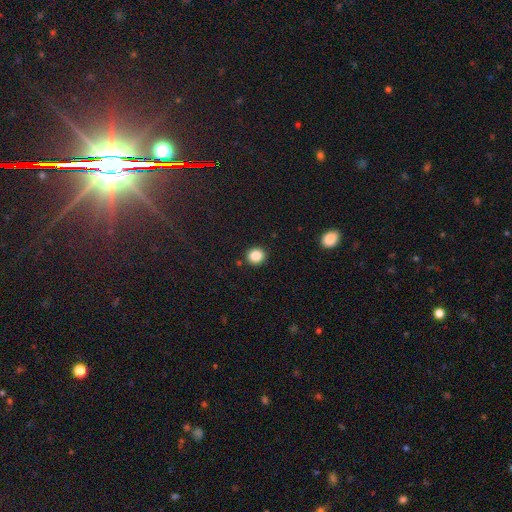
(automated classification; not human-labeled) A smooth galaxy with no disk features (86%) that is round (85%).

Vote fractions:
- Smooth or featured? smooth: 86% / star or artifact: 10% / featured or disk: 4%
- How rounded? round: 85% / in between: 14% / cigar-shaped: 1%
- Merging? none: 90% / minor disturbance: 6% / merger: 2% / major disturbance: 2%